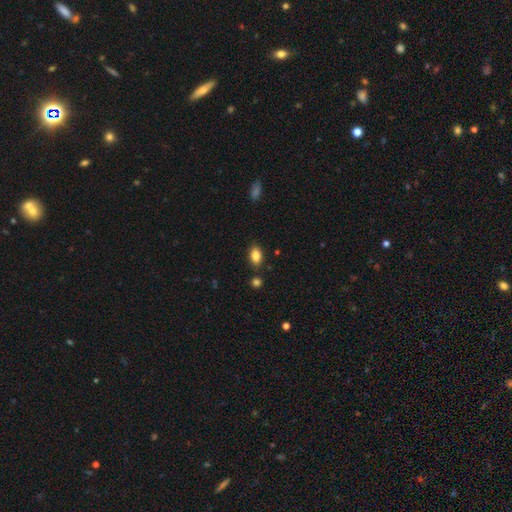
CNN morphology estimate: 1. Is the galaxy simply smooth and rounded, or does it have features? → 86% smooth, 9% star or artifact, 5% featured or disk.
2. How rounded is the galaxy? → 87% in between, 11% round, 2% cigar-shaped.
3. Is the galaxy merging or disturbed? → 83% none, 11% minor disturbance, 4% merger, 2% major disturbance.